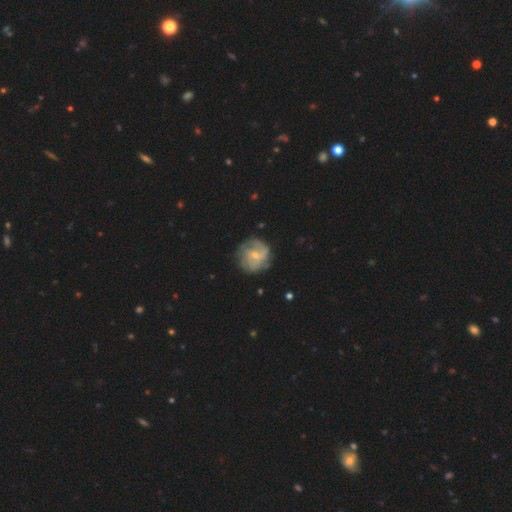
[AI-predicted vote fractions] smooth_or_featured: featured or disk (p=0.74) [alt: smooth p=0.20]
disk_edge_on: no (p=0.98) [alt: yes p=0.02]
bar: no (p=0.53) [alt: weak p=0.41]
has_spiral_arms: yes (p=0.89) [alt: no p=0.11]
spiral_winding: tight (p=0.45) [alt: medium p=0.38]
spiral_arm_count: 2 (p=0.35) [alt: can't tell p=0.32]
bulge_size: small (p=0.63) [alt: moderate p=0.32]
merging: none (p=0.69) [alt: minor disturbance p=0.19]